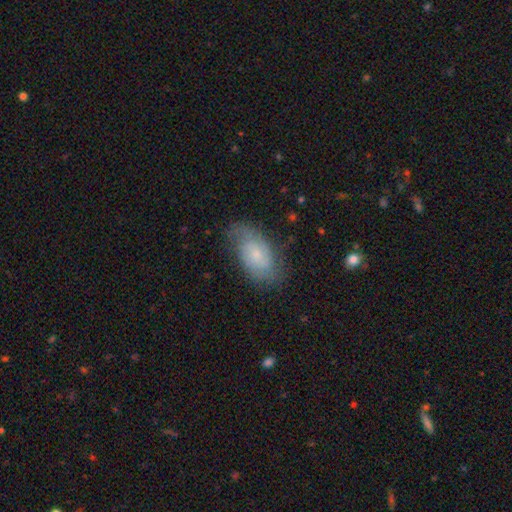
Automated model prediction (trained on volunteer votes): The model was most divided on "spiral winding": tight: 42%, medium: 41%, loose: 18%. More confident: edge-on disk — no (95%); spiral arms — yes (89%); merging — none (73%); bulge size — small (66%); bar — no (64%); spiral arm count — 2 (63%); smooth or featured — featured or disk (60%).